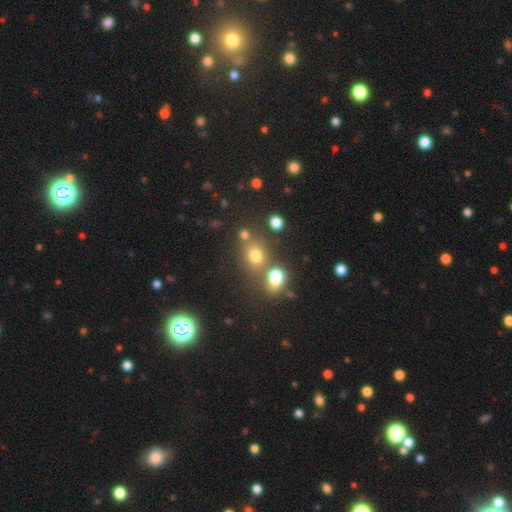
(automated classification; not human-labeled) Smooth or featured: smooth — 68% (star or artifact — 21%)
How rounded: round — 65% (in between — 34%)
Merging: none — 57% (merger — 27%)